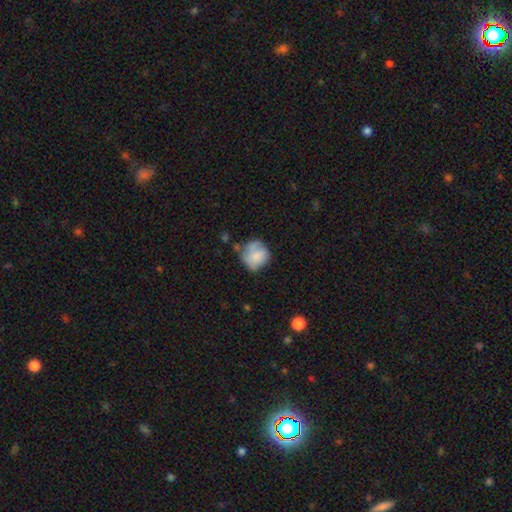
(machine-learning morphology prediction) Overall: smooth (69%). How rounded: round (79%). Merging: none (48%; minor disturbance 31%).